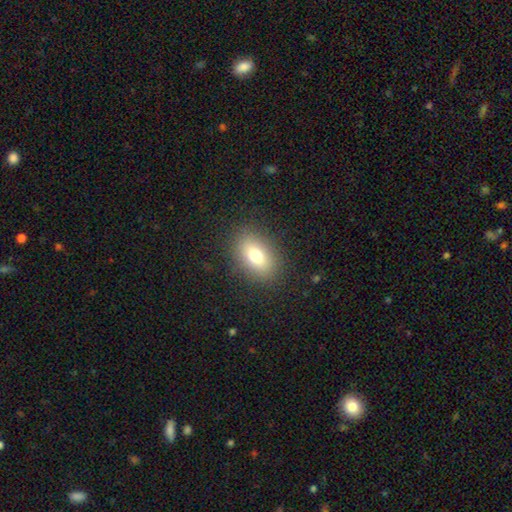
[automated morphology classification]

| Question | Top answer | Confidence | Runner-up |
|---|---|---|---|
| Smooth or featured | smooth | 74% | featured or disk (14%) |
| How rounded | in between | 78% | round (19%) |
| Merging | none | 86% | minor disturbance (9%) |